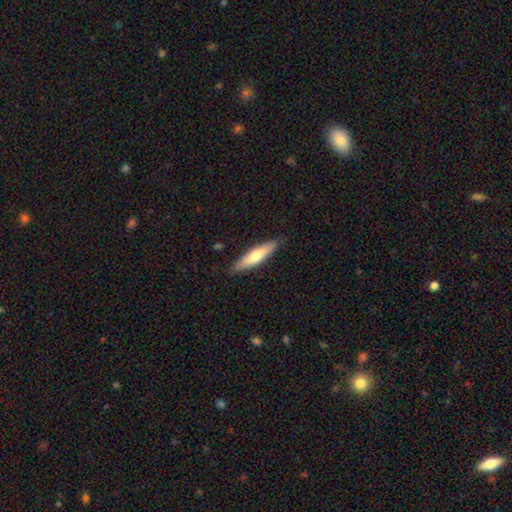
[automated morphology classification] smooth-or-featured: smooth: 62% | featured or disk: 33% | star or artifact: 5%
  how-rounded: cigar-shaped: 78% | in between: 20% | round: 1%
  merging: none: 87% | minor disturbance: 10% | major disturbance: 2% | merger: 1%